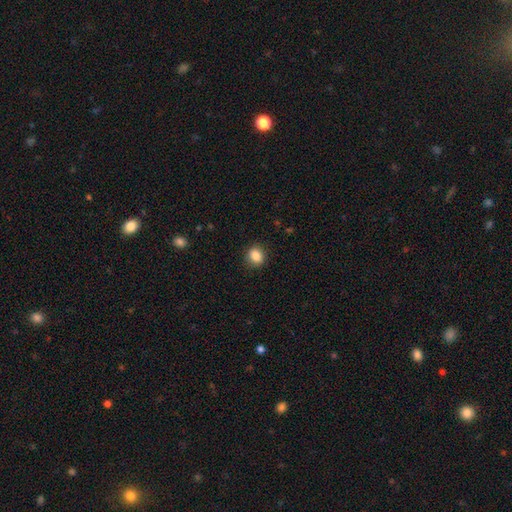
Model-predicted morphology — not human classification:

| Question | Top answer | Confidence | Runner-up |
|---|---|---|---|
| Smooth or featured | smooth | 86% | star or artifact (9%) |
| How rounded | round | 66% | in between (33%) |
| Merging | none | 88% | minor disturbance (8%) |